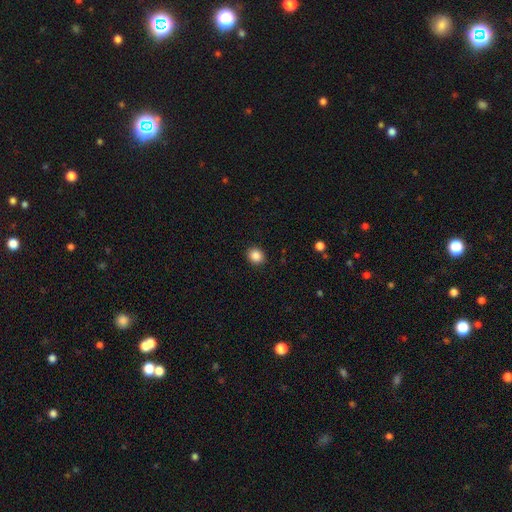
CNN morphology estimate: Smooth or featured? smooth (86%)
How rounded? round (77%)
Merging? none (92%)